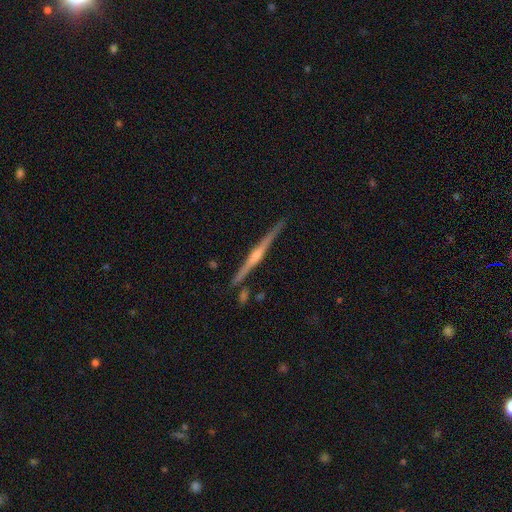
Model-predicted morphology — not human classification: smooth_or_featured: featured or disk (p=0.84) [alt: smooth p=0.11]
disk_edge_on: yes (p=0.99) [alt: no p=0.01]
edge_on_bulge: rounded (p=0.84) [alt: boxy p=0.08]
merging: none (p=0.88) [alt: minor disturbance p=0.08]